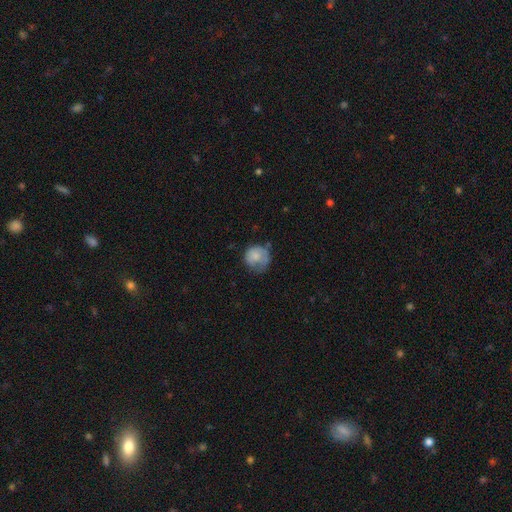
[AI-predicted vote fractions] This appears to be a smooth galaxy with no disk features (72%) that is round (82%). Merging: none (44%).